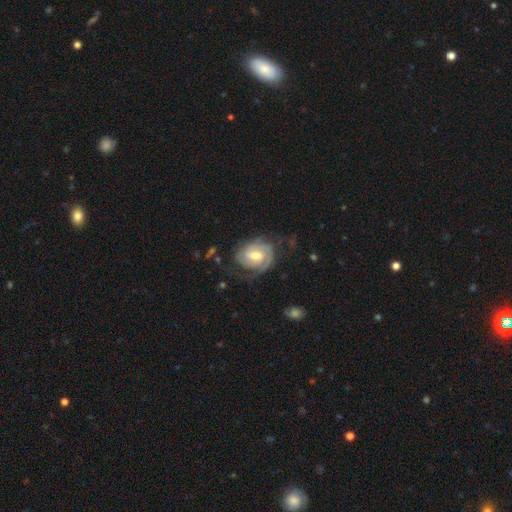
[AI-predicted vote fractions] A featured or disk galaxy (82%) with a weak bar (52%), 2 (56%) tight (57%) spiral arms (94%) and a moderate central bulge (69%).

Vote fractions:
- Smooth or featured? featured or disk: 82% / smooth: 13% / star or artifact: 5%
- Edge-on disk? no: 97% / yes: 3%
- Bar? weak: 52% / no: 30% / strong: 19%
- Spiral arms? yes: 94% / no: 6%
- Spiral winding? tight: 57% / medium: 32% / loose: 11%
- Spiral arm count? 2: 56% / can't tell: 19% / 3: 13% / 1: 7% / 4: 3% / more than 4: 2%
- Bulge size? moderate: 69% / small: 22% / large: 7% / none: 1% / dominant: 1%
- Merging? none: 62% / minor disturbance: 21% / major disturbance: 15% / merger: 1%